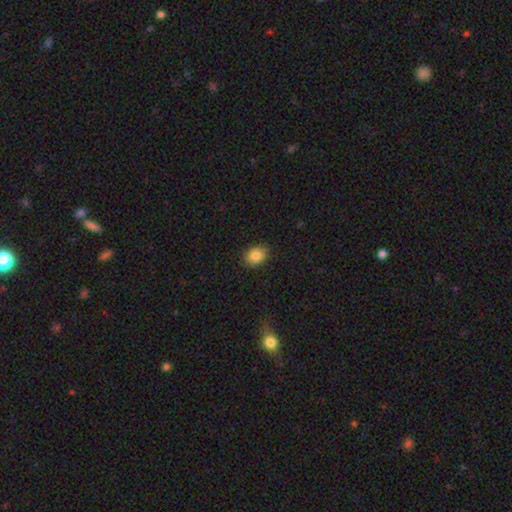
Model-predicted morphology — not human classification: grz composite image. It shows a smooth galaxy with no disk features (85%) that is in between round and cigar-shaped (63%). Merging: none (89%).